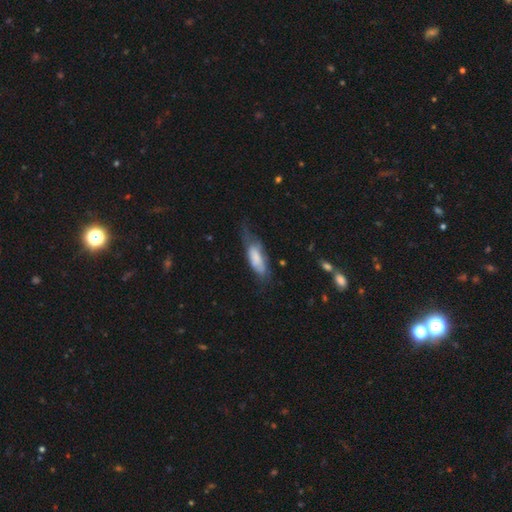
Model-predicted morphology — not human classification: smooth_or_featured: smooth (p=0.60) [alt: featured or disk p=0.33]
how_rounded: in between (p=0.62) [alt: cigar-shaped p=0.36]
merging: none (p=0.40) [alt: minor disturbance p=0.34]